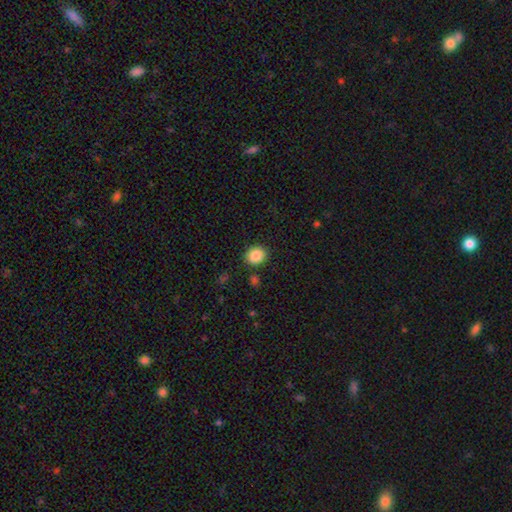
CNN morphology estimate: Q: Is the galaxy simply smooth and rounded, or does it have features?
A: smooth — 87%.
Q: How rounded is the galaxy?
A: round — 72%.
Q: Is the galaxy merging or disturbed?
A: none — 86%.